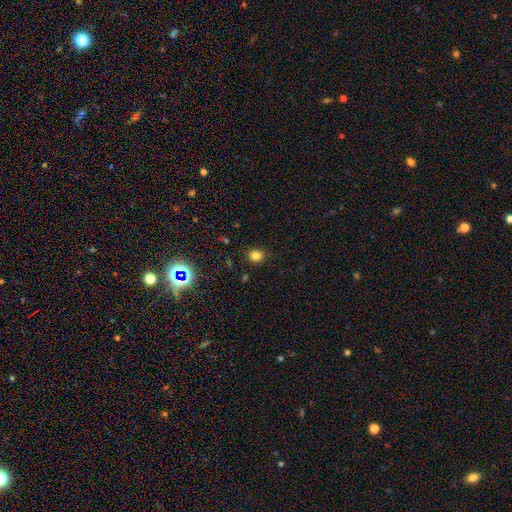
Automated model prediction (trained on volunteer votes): smooth_or_featured: smooth (p=0.79) [alt: star or artifact p=0.16]
how_rounded: round (p=0.71) [alt: in between p=0.28]
merging: none (p=0.86) [alt: minor disturbance p=0.10]